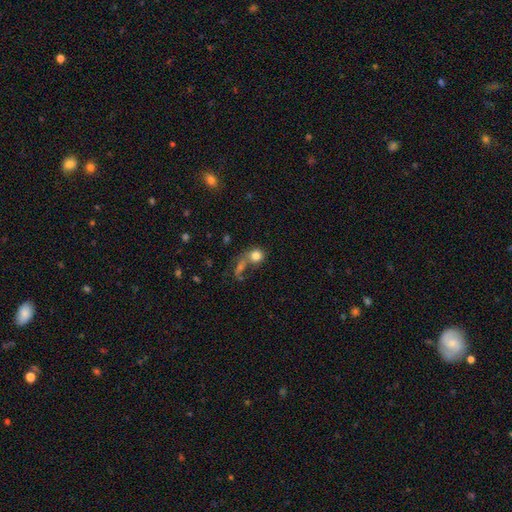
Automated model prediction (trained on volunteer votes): smooth_or_featured: smooth (p=0.77) [alt: featured or disk p=0.13]
how_rounded: round (p=0.77) [alt: in between p=0.22]
merging: merger (p=0.45) [alt: none p=0.32]